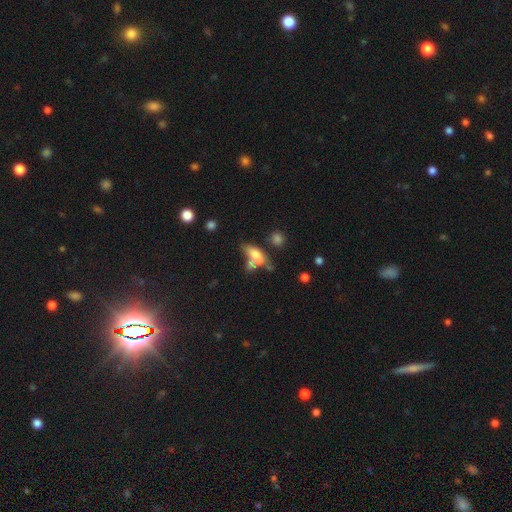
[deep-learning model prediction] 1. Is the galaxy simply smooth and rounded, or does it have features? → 55% smooth, 33% featured or disk, 12% star or artifact.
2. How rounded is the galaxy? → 70% in between, 19% cigar-shaped, 11% round.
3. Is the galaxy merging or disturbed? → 49% merger, 25% none, 14% major disturbance, 12% minor disturbance.